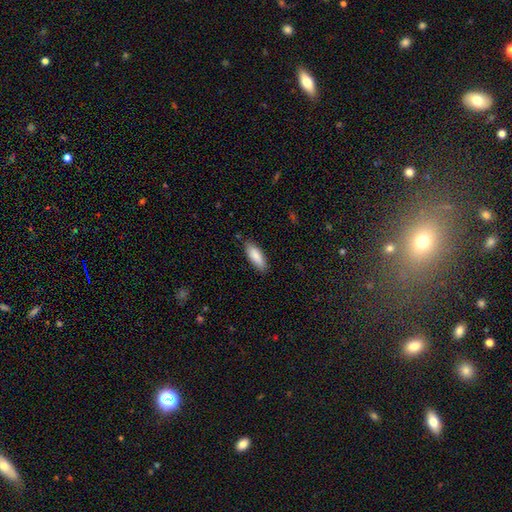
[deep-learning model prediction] The model was most divided on "how rounded": in between: 64%, cigar-shaped: 35%, round: 2%. More confident: smooth or featured — smooth (87%); merging — none (84%).